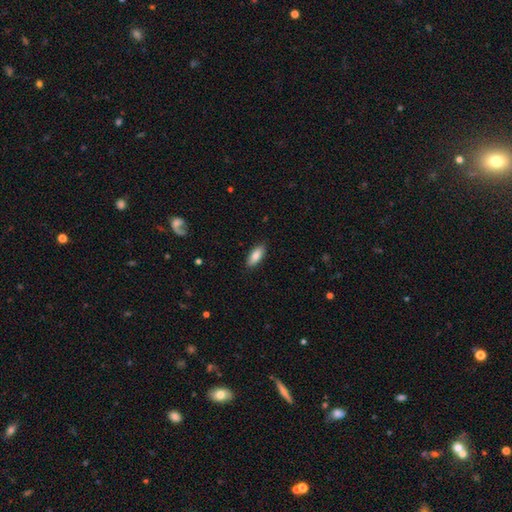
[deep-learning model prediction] Smooth or featured? smooth (86%)
How rounded? in between (79%)
Merging? none (88%)